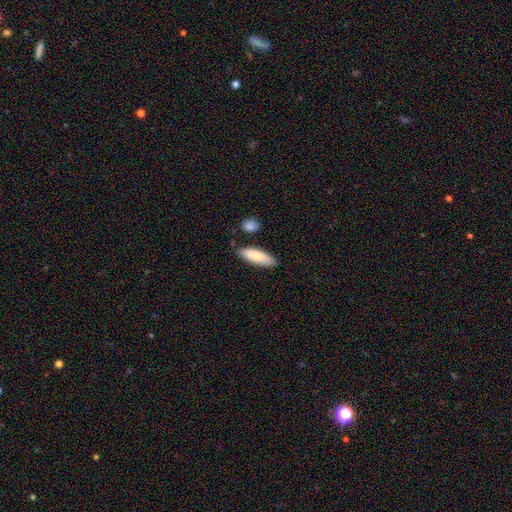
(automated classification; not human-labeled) Morphology: type=smooth (84%); roundness=in between (59%); merging=none (79%).